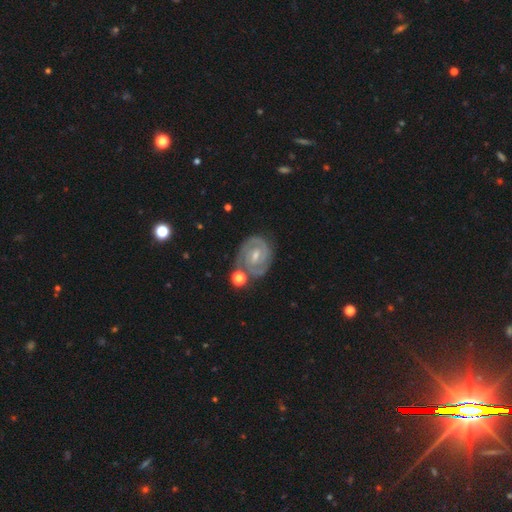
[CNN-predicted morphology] A featured or disk galaxy (87%) with a weak bar (53%), 2 (79%) tight (69%) spiral arms (97%) and a small central bulge (56%). Merging: none (72%).